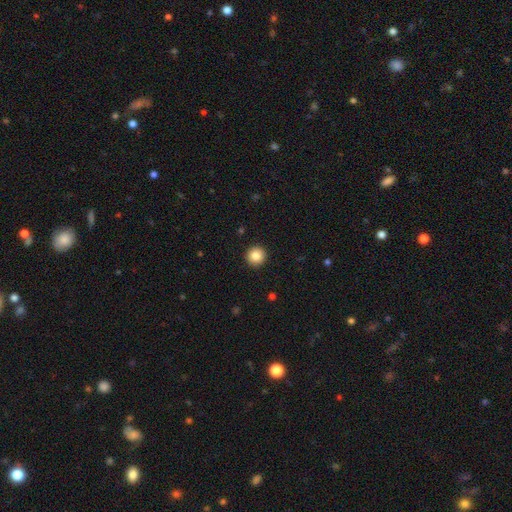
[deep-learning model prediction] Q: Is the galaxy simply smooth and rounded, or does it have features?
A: smooth — 86%.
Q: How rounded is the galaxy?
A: round — 95%.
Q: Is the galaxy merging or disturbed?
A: none — 93%.